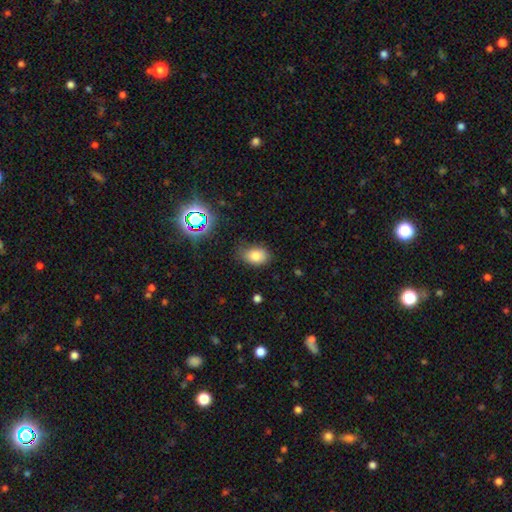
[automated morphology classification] smooth_or_featured: smooth (p=0.79) [alt: star or artifact p=0.13]
how_rounded: in between (p=0.79) [alt: round p=0.20]
merging: none (p=0.70) [alt: minor disturbance p=0.23]